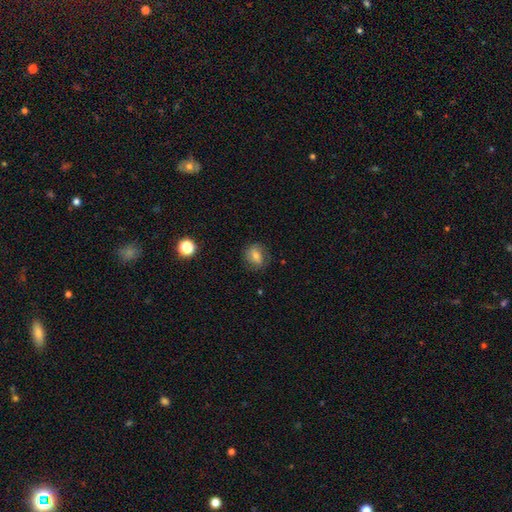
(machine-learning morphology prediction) Smooth or featured? smooth (63%)
How rounded? round (60%)
Merging? none (76%)